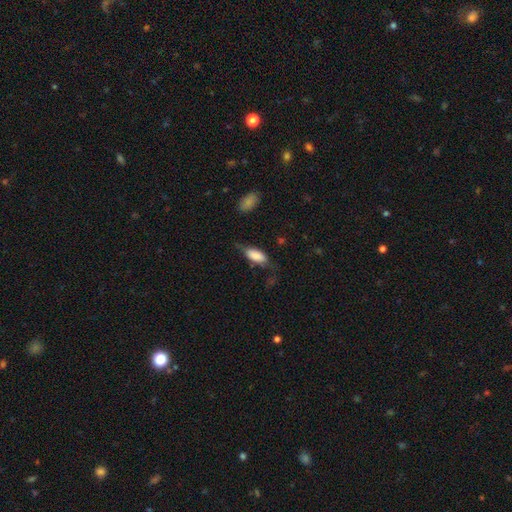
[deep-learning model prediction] smooth 78%, featured or disk 16%, star or artifact 7%. Down the decision tree: how rounded — in between (81%); merging — none (49%).